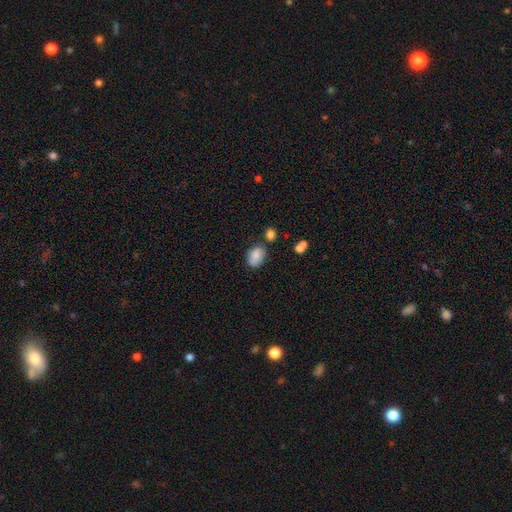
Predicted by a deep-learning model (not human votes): smooth_or_featured: smooth (p=0.82) [alt: featured or disk p=0.09]
how_rounded: in between (p=0.79) [alt: round p=0.20]
merging: none (p=0.62) [alt: minor disturbance p=0.24]